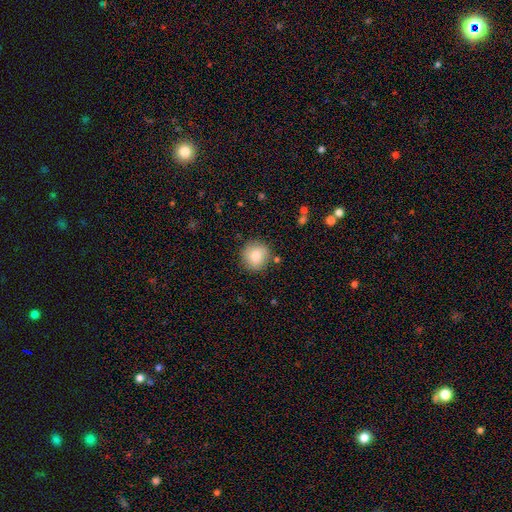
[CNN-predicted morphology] The model was most divided on "merging": none: 83%, minor disturbance: 11%, major disturbance: 3%, merger: 3%. More confident: how rounded — round (92%); smooth or featured — smooth (83%).